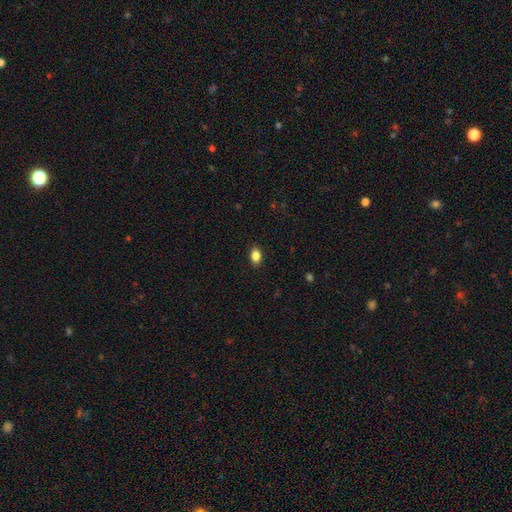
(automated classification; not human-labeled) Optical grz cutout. It shows a smooth galaxy with no disk features (86%) that is in between round and cigar-shaped (86%). Merging: none (89%).